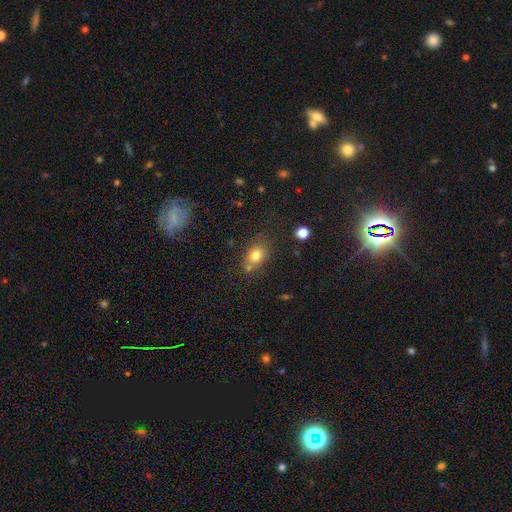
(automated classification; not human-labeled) smooth-or-featured: smooth: 77% | star or artifact: 12% | featured or disk: 11%
  how-rounded: in between: 51% | round: 47% | cigar-shaped: 2%
  merging: none: 60% | minor disturbance: 18% | merger: 17% | major disturbance: 6%